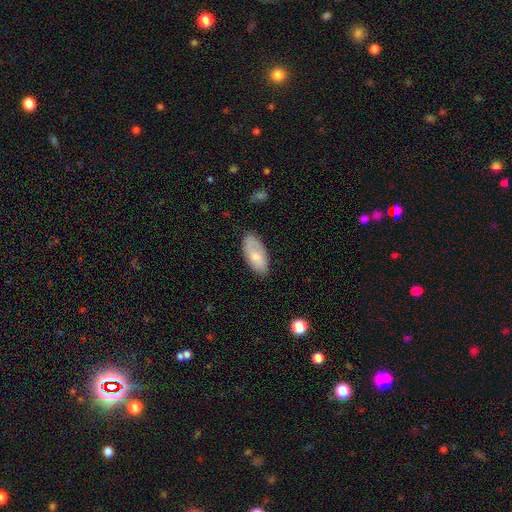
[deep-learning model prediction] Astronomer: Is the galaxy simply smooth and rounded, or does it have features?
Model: smooth — 77%.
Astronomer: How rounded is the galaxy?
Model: in between — 92%.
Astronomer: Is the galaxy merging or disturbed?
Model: none — 74%.